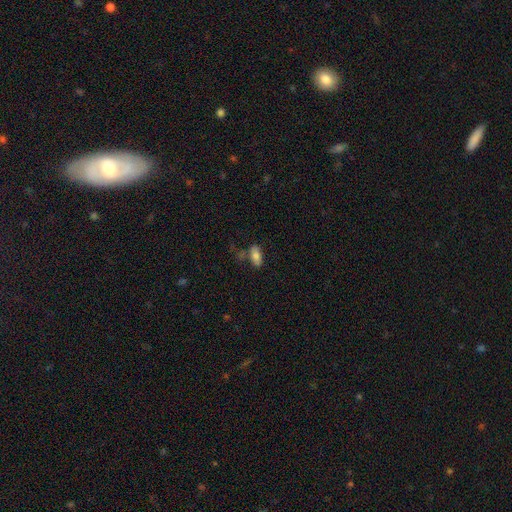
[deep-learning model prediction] Q: Smooth or featured?
A: smooth (79%); runner-up: featured or disk (13%)
Q: How rounded?
A: in between (88%); runner-up: cigar-shaped (10%)
Q: Merging?
A: none (64%); runner-up: minor disturbance (18%)